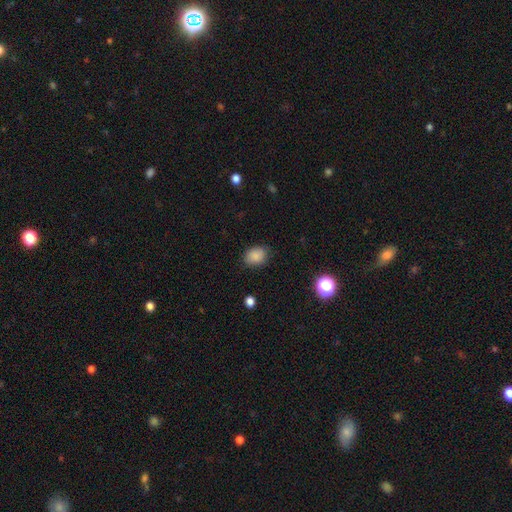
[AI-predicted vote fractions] Overall: smooth (86%). How rounded: in between (61%; round 38%). Merging: none (81%).